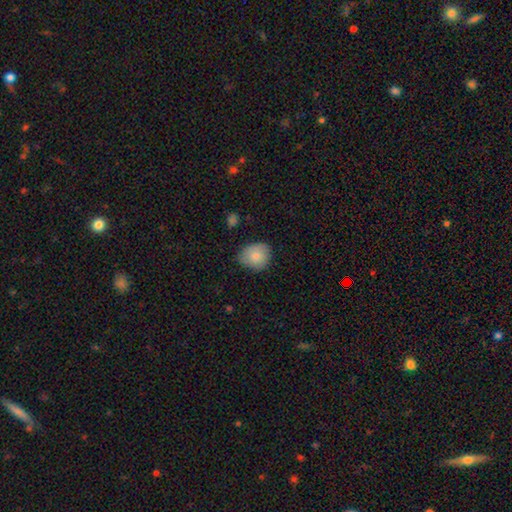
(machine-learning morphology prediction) The model was most divided on "how rounded": round: 68%, in between: 31%, cigar-shaped: 1%. More confident: smooth or featured — smooth (81%); merging — none (67%).